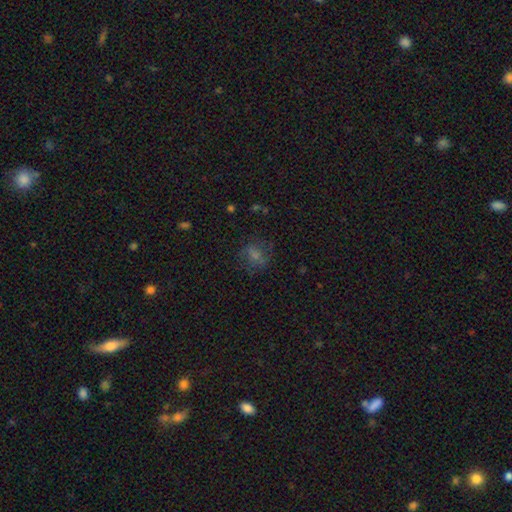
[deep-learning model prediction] Smooth or featured? smooth (48%)
Merging? none (73%)